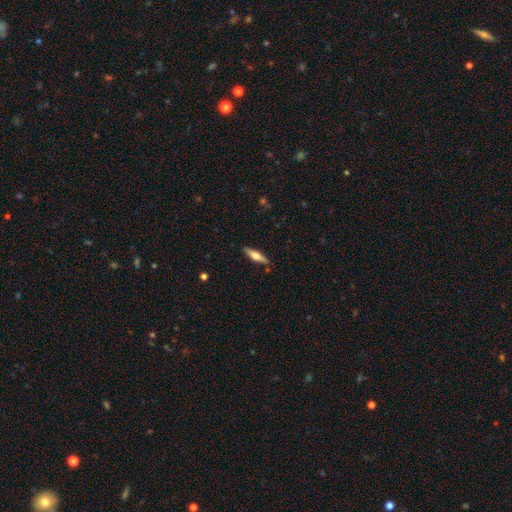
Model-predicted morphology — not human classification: smooth-or-featured: featured or disk: 55% | smooth: 39% | star or artifact: 6%
  disk-edge-on: yes: 95% | no: 5%
    edge-on-bulge: rounded: 91% | boxy: 6% | none: 3%
  merging: none: 88% | minor disturbance: 9% | major disturbance: 2% | merger: 2%